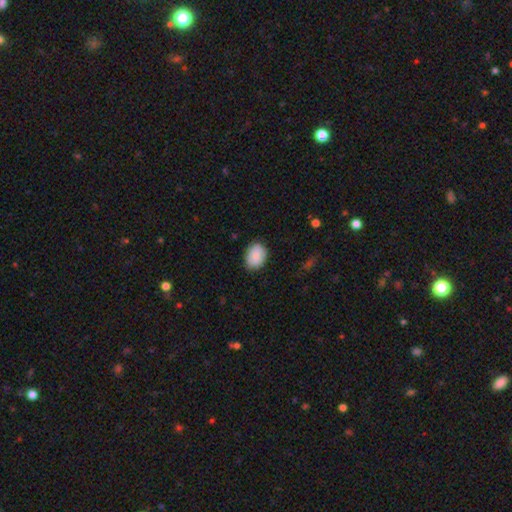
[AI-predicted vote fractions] Smooth or featured? Predicted: smooth (p=0.89). How rounded? Predicted: in between (p=0.68). Merging? Predicted: none (p=0.82).